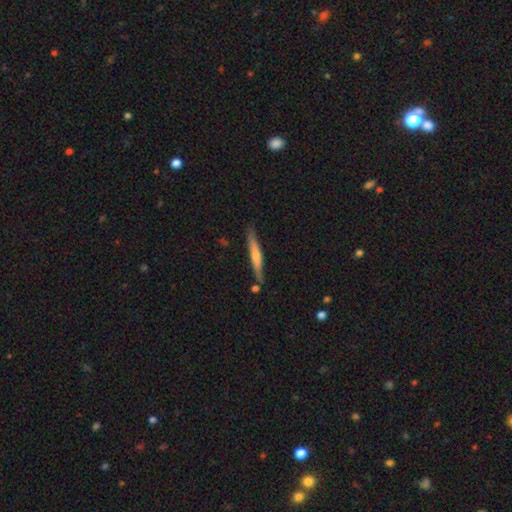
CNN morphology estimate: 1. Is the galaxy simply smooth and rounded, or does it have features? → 53% smooth, 42% featured or disk, 6% star or artifact.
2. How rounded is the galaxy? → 94% cigar-shaped, 5% in between, 1% round.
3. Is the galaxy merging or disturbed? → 76% none, 15% minor disturbance, 6% merger, 3% major disturbance.